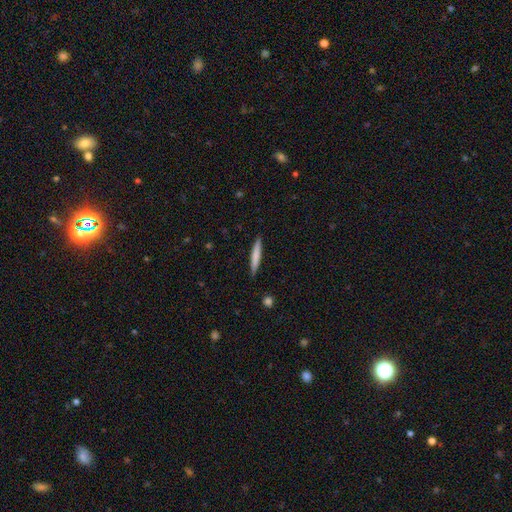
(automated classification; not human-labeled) Overall: smooth (73%). How rounded: cigar-shaped (95%). Merging: none (89%).